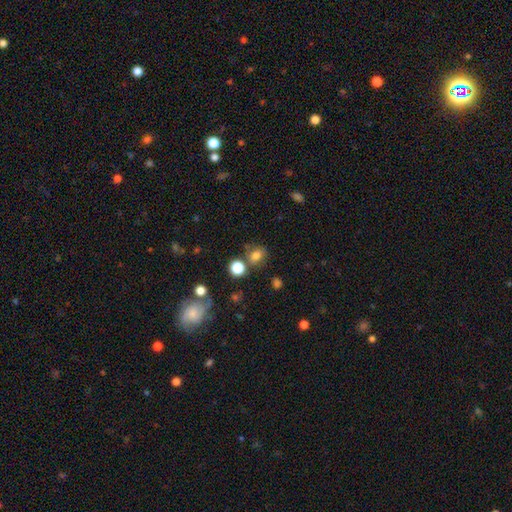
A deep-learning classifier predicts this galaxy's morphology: Smooth or featured? Predicted: smooth (p=0.77). How rounded? Predicted: round (p=0.54). Merging? Predicted: none (p=0.72).